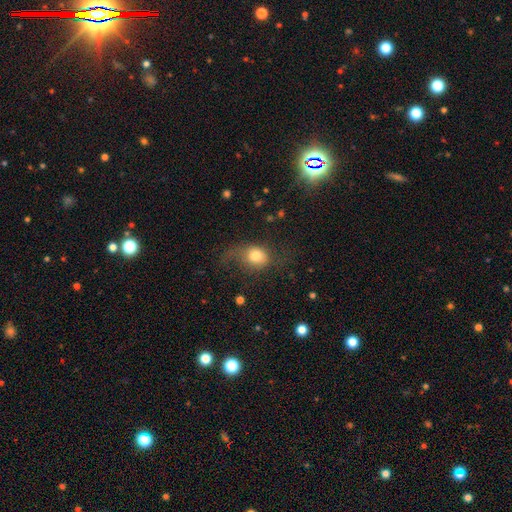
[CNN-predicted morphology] Smooth or featured? Predicted: smooth (p=0.73). How rounded? Predicted: round (p=0.54). Merging? Predicted: none (p=0.41).